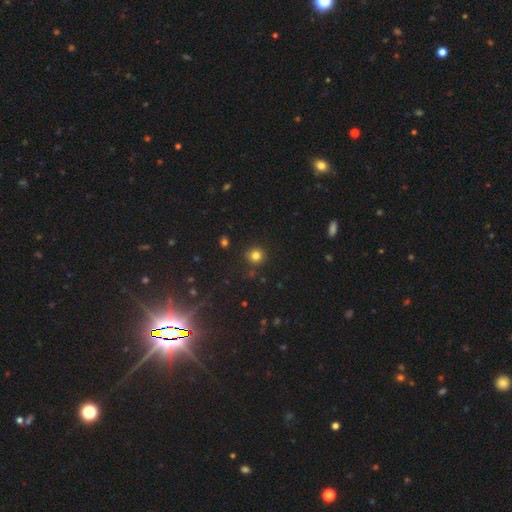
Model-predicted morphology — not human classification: smooth_or_featured: smooth (p=0.80) [alt: star or artifact p=0.14]
how_rounded: round (p=0.90) [alt: in between p=0.09]
merging: none (p=0.85) [alt: minor disturbance p=0.09]